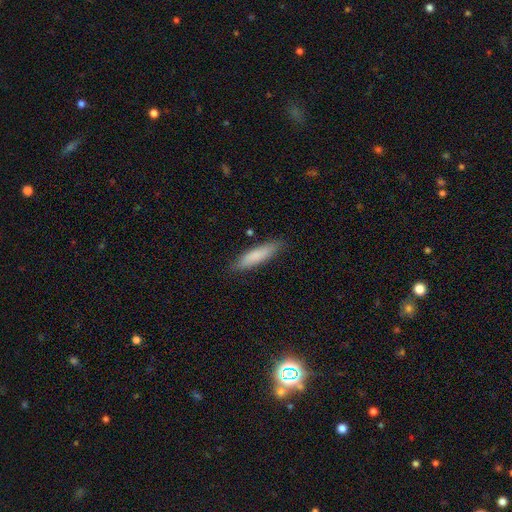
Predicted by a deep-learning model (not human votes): Smooth or featured? Predicted: smooth (p=0.81). How rounded? Predicted: cigar-shaped (p=0.75). Merging? Predicted: none (p=0.84).